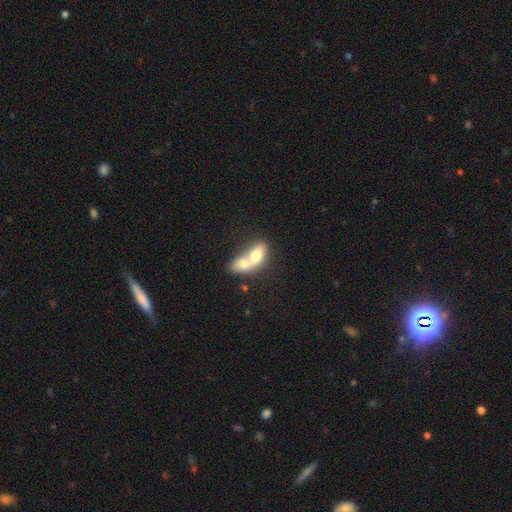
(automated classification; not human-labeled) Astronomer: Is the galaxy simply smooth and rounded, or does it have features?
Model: smooth — 67%.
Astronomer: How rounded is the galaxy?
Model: in between — 79%.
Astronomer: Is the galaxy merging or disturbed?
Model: merger — 80%.